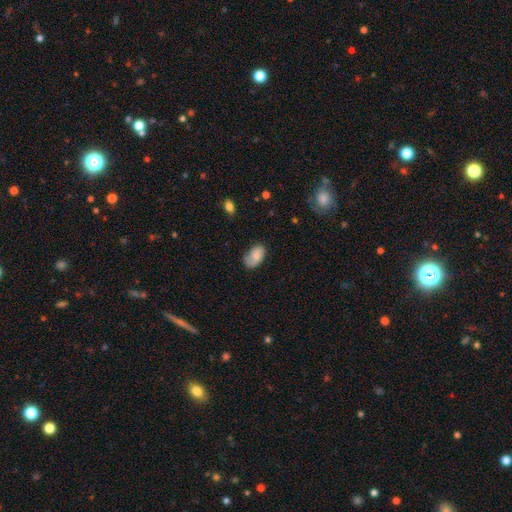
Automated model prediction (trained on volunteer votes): Smooth or featured? Predicted: smooth (p=0.74). How rounded? Predicted: in between (p=0.93). Merging? Predicted: none (p=0.61).